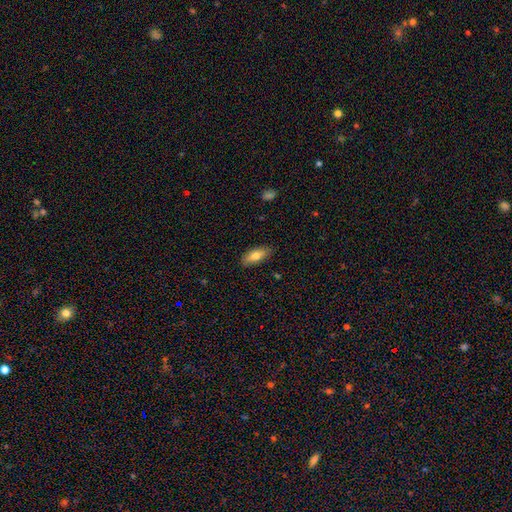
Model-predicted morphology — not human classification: This is likely a smooth galaxy (74%). How rounded: likely in between (80%). Merging: clearly none (86%).